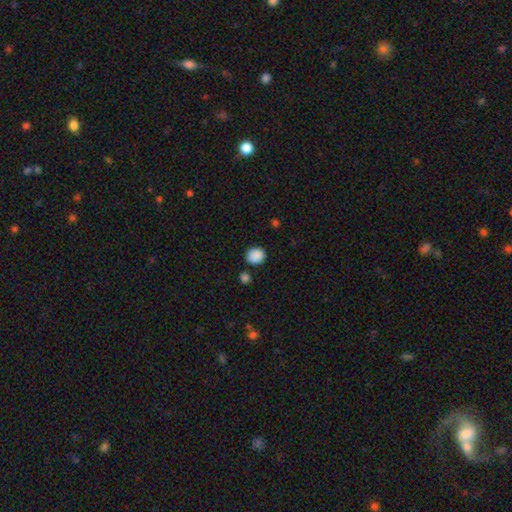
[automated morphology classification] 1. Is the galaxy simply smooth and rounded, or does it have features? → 88% smooth, 9% star or artifact, 3% featured or disk.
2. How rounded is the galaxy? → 71% round, 28% in between, 1% cigar-shaped.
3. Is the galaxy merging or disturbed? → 81% none, 11% minor disturbance, 5% merger, 3% major disturbance.